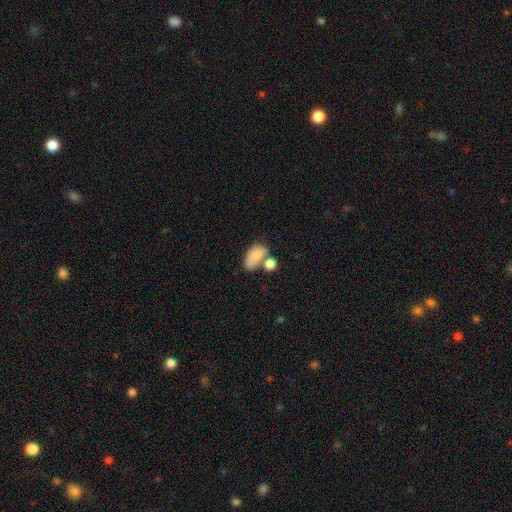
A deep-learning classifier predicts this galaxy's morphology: The model was most divided on "merging": merger: 39%, none: 34%, minor disturbance: 17%, major disturbance: 10%. More confident: how rounded — in between (90%); smooth or featured — smooth (79%).